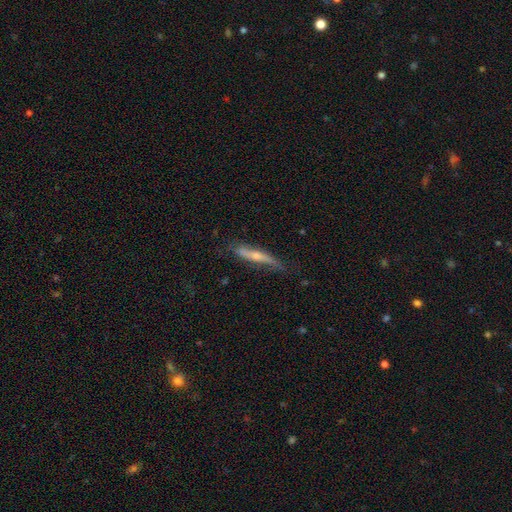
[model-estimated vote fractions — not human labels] A featured or disk galaxy (55%) viewed edge-on (85%). Merging: none (66%).